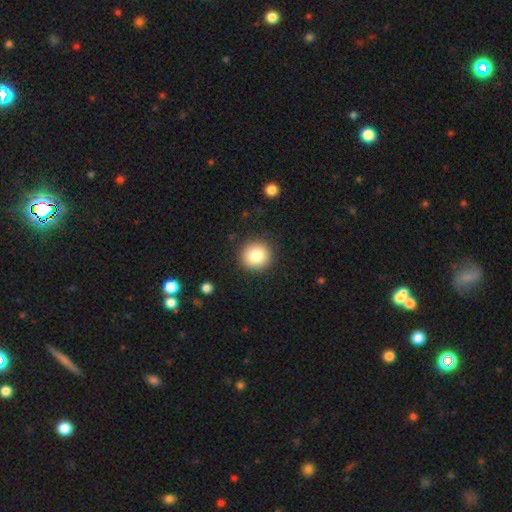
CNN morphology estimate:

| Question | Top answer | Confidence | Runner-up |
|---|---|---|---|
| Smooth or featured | smooth | 85% | star or artifact (9%) |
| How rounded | round | 91% | in between (8%) |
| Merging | none | 90% | minor disturbance (7%) |